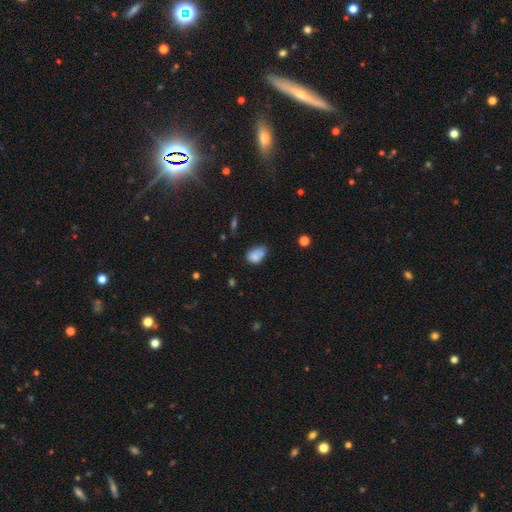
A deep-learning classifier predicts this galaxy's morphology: Smooth or featured? Predicted: smooth (p=0.73). How rounded? Predicted: in between (p=0.74). Merging? Predicted: none (p=0.33).